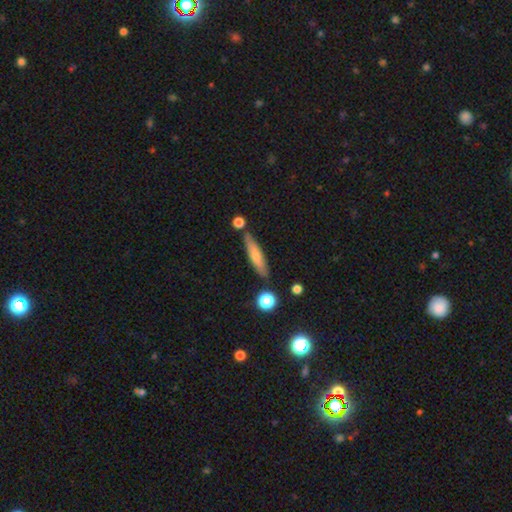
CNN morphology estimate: Smooth or featured?
  - smooth: 63% *
  - featured or disk: 30%
  - star or artifact: 7%
How rounded?
  - cigar-shaped: 81% *
  - in between: 17%
  - round: 2%
Merging?
  - none: 79% *
  - minor disturbance: 13%
  - merger: 6%
  - major disturbance: 3%